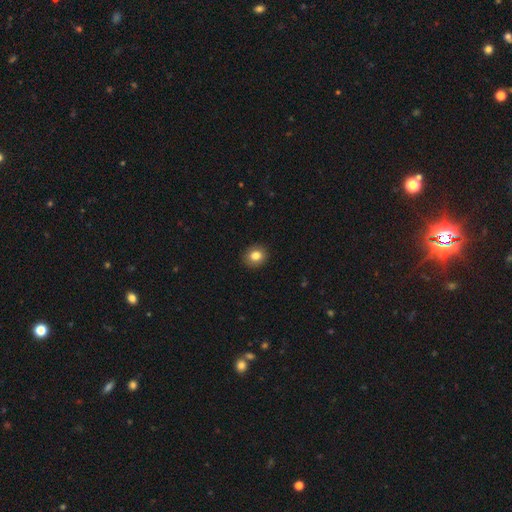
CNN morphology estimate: Smooth or featured?
  - smooth: 83% *
  - star or artifact: 10%
  - featured or disk: 8%
How rounded?
  - round: 73% *
  - in between: 26%
  - cigar-shaped: 1%
Merging?
  - none: 91% *
  - minor disturbance: 6%
  - major disturbance: 2%
  - merger: 1%